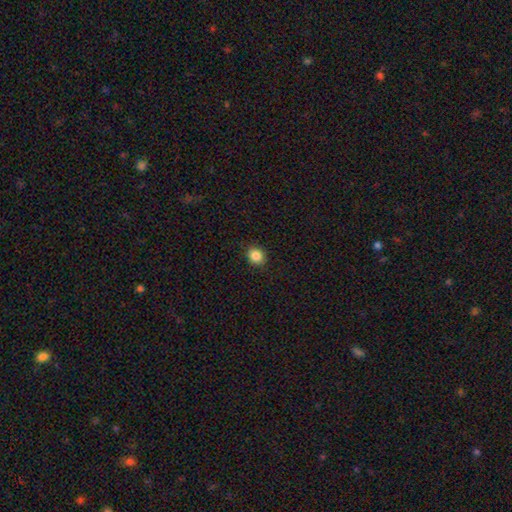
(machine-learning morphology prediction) This appears to be a smooth galaxy with no disk features (86%) that is round (63%). Merging: none (89%).